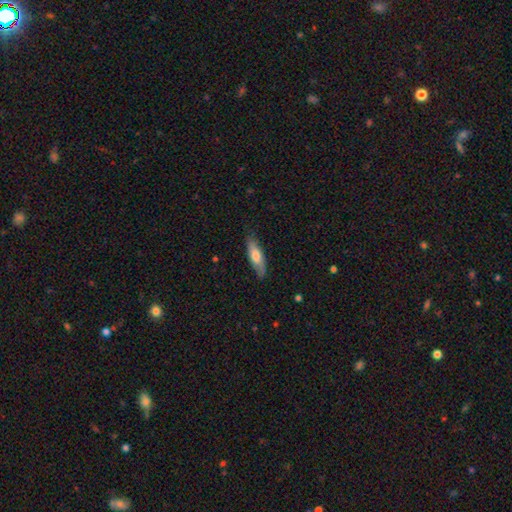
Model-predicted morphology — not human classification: The model was most divided on "how rounded": cigar-shaped: 55%, in between: 43%, round: 2%. More confident: merging — none (81%); smooth or featured — smooth (67%).